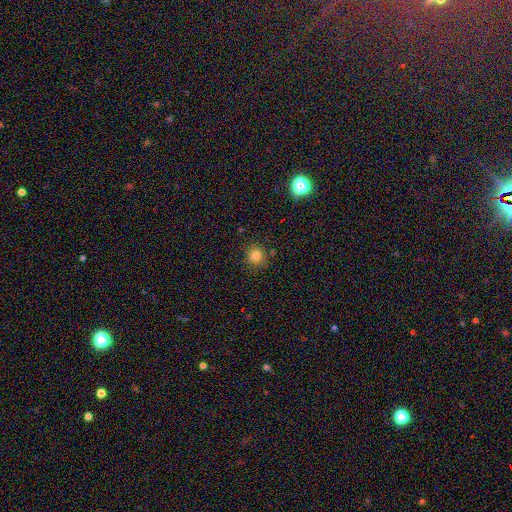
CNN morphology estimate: Smooth or featured? Predicted: smooth (p=0.80). How rounded? Predicted: round (p=0.91). Merging? Predicted: none (p=0.85).